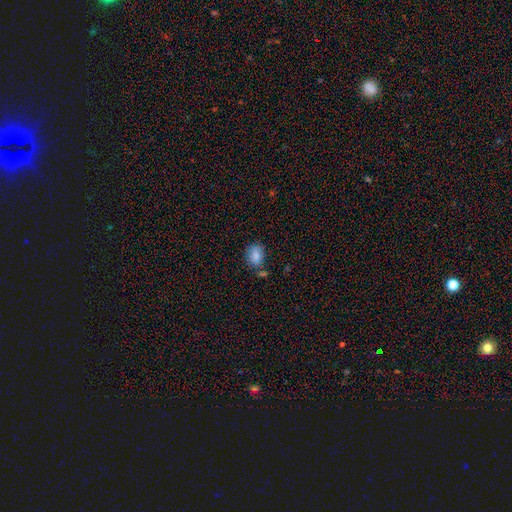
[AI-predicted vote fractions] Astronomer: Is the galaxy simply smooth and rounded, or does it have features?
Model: smooth — 84%.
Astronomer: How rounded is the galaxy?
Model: in between — 68%.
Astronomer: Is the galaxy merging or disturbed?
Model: none — 62%.